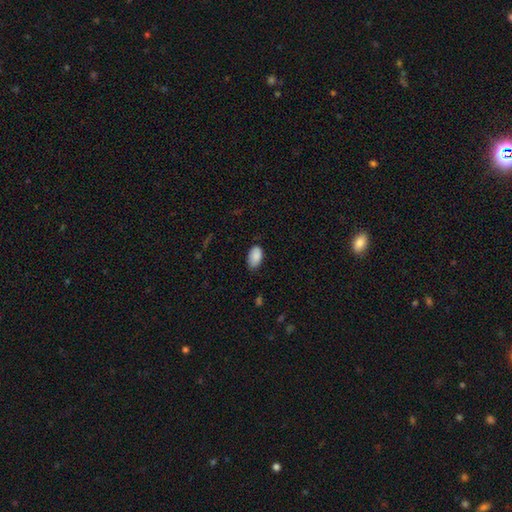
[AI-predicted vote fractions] Morphology: type=smooth (88%); roundness=in between (94%); merging=none (71%).